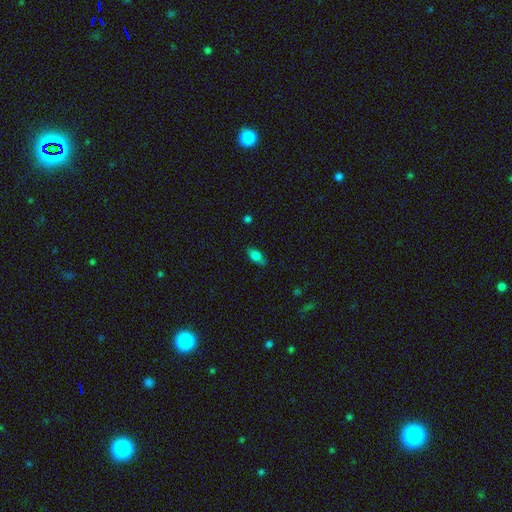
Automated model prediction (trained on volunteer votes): Morphology: type=smooth (77%); roundness=in between (86%); merging=none (79%).